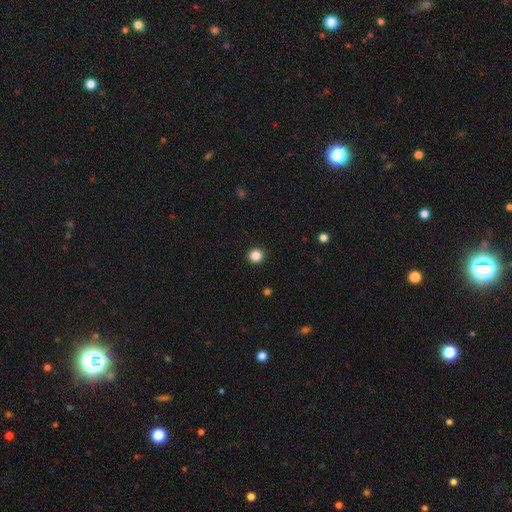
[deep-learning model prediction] This is clearly a smooth galaxy (85%). How rounded: clearly round (94%). Merging: clearly none (94%).